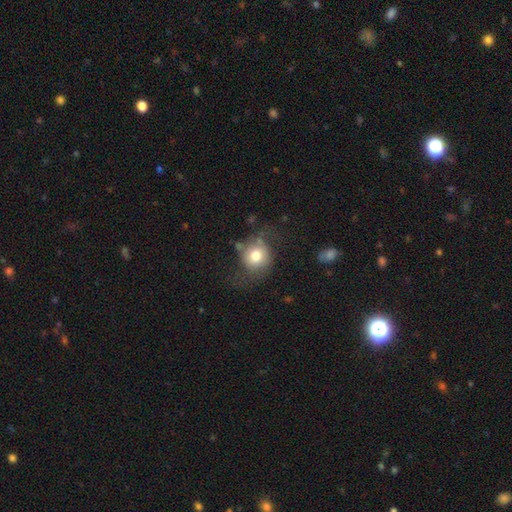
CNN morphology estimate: type=smooth (70%); roundness=round (80%); merging=none (53%).